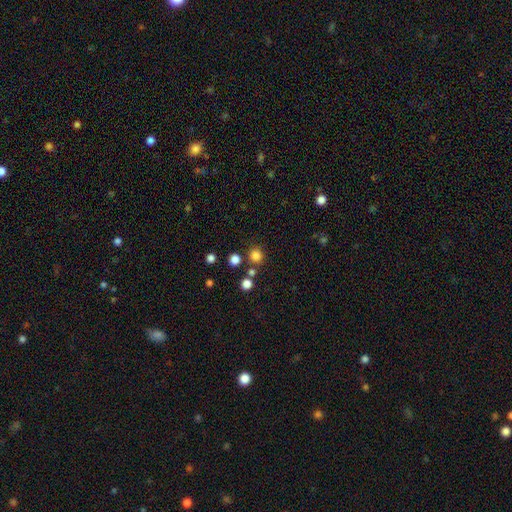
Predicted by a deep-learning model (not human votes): Smooth or featured? Predicted: smooth (p=0.81). How rounded? Predicted: round (p=0.91). Merging? Predicted: none (p=0.81).